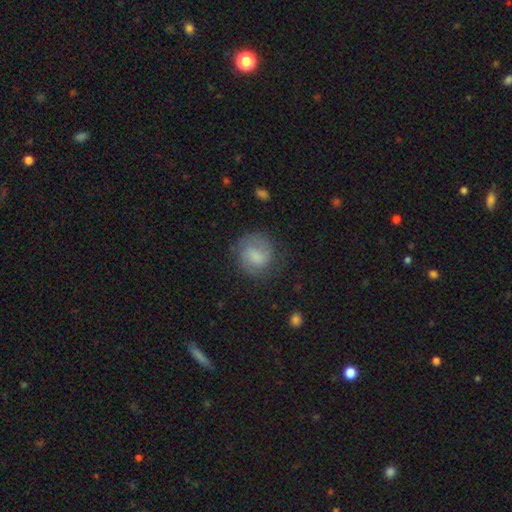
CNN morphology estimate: Smooth or featured? Predicted: smooth (p=0.47). Merging? Predicted: none (p=0.71).